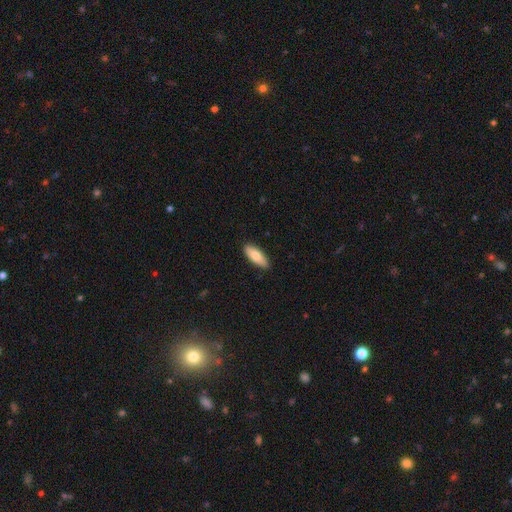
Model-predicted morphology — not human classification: Q: Smooth or featured?
A: smooth (82%); runner-up: featured or disk (13%)
Q: How rounded?
A: in between (70%); runner-up: cigar-shaped (28%)
Q: Merging?
A: none (88%); runner-up: minor disturbance (10%)